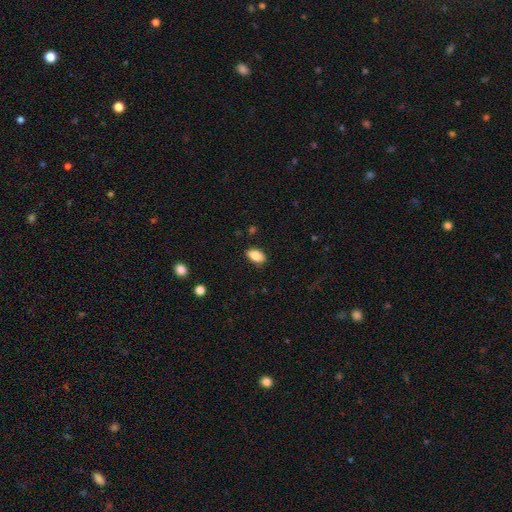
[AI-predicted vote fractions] Smooth or featured: smooth — 83% (featured or disk — 9%)
How rounded: in between — 90% (round — 7%)
Merging: none — 86% (minor disturbance — 11%)